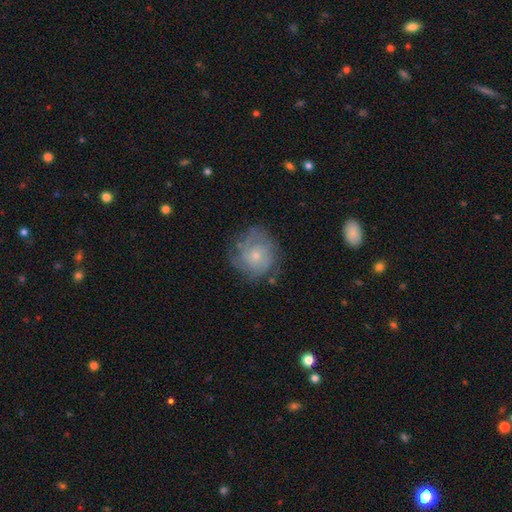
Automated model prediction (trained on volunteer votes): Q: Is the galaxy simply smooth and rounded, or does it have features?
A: featured or disk — 63%.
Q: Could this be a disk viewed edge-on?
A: no — 98%.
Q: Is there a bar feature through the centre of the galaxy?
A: no — 80%.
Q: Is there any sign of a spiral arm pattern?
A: yes — 81%.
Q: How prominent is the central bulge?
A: small — 66%.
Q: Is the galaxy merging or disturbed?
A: none — 67%.